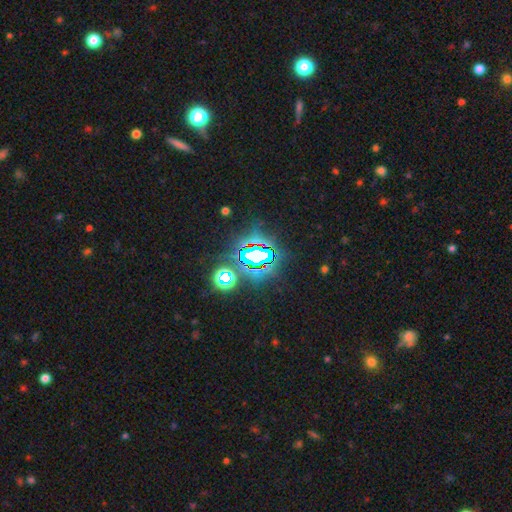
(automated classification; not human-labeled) Overall: star or artifact (76%).